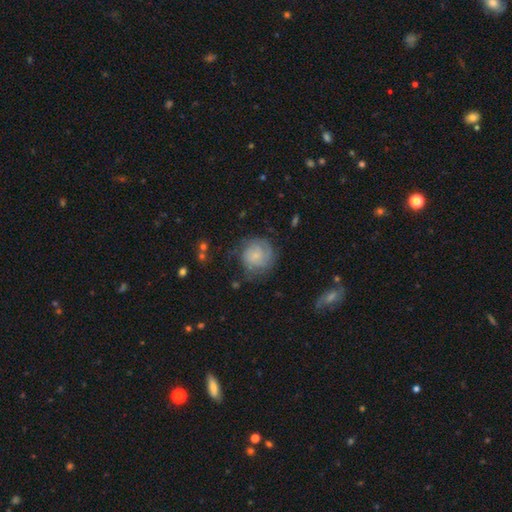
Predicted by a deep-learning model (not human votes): Morphology: type=featured or disk (52%); edge-on=no (98%); bar=no (73%); spiral arms=yes (85%); bulge=small (70%); merging=none (63%).